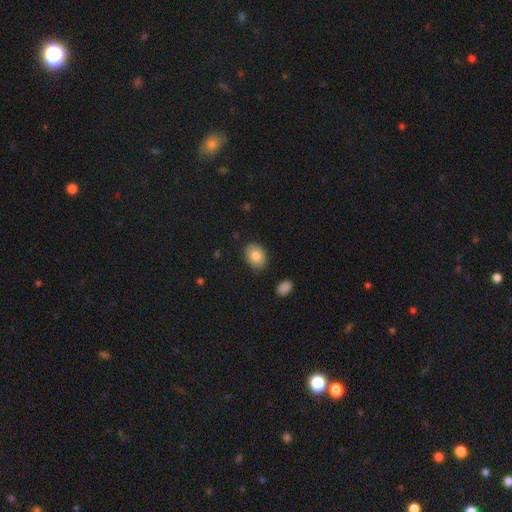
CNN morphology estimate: A smooth galaxy with no disk features (84%) that is in between round and cigar-shaped (70%).

Vote fractions:
- Smooth or featured? smooth: 84% / featured or disk: 9% / star or artifact: 8%
- How rounded? in between: 70% / round: 29% / cigar-shaped: 1%
- Merging? none: 84% / minor disturbance: 11% / major disturbance: 2% / merger: 2%